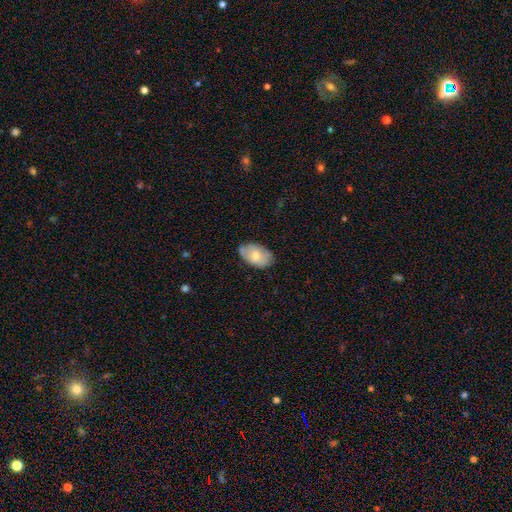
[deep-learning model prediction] Smooth or featured: smooth — 74% (featured or disk — 20%)
How rounded: in between — 92% (round — 7%)
Merging: none — 73% (minor disturbance — 22%)